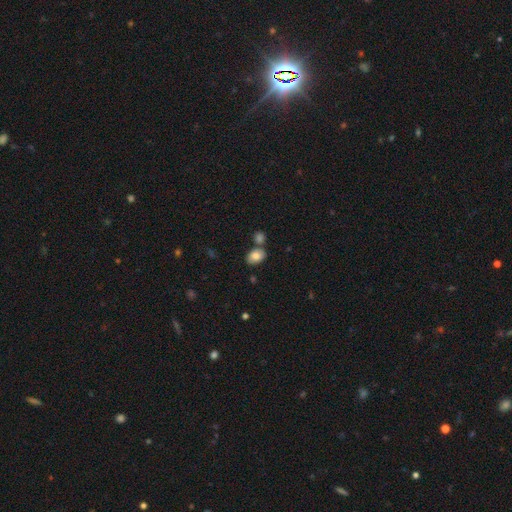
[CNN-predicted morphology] smooth 81%, featured or disk 10%, star or artifact 8%. Down the decision tree: how rounded — in between (79%); merging — none (63%).